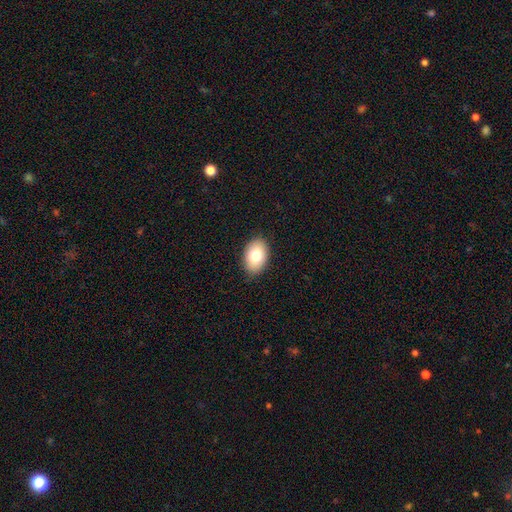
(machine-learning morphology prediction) type=smooth (79%); roundness=in between (88%); merging=none (88%).